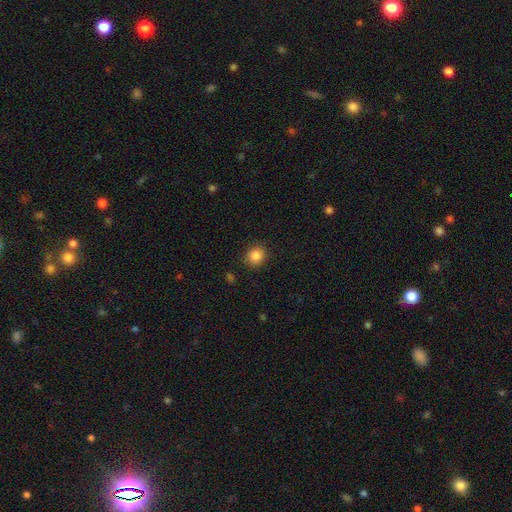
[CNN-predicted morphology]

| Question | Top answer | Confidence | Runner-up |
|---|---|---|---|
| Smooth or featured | smooth | 86% | star or artifact (10%) |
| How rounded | round | 78% | in between (21%) |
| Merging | none | 87% | minor disturbance (9%) |